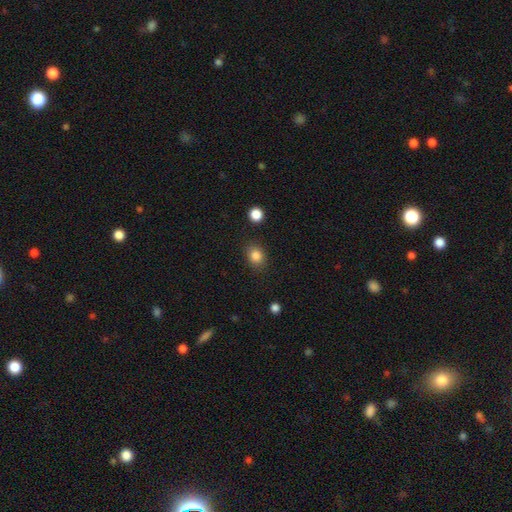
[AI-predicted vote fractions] Overall: smooth (85%). How rounded: round (57%; in between 42%). Merging: none (84%).